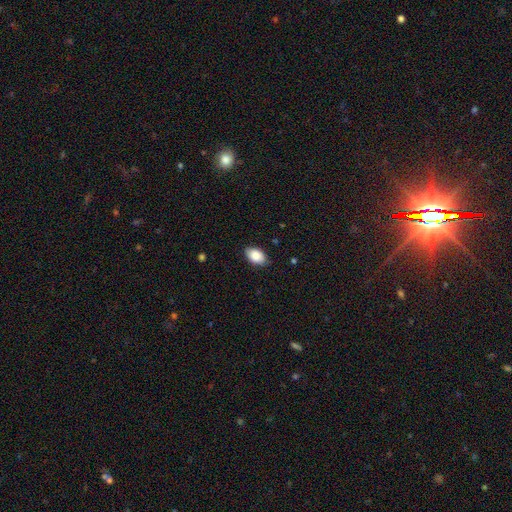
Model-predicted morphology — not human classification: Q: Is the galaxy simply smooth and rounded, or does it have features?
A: smooth — 87%.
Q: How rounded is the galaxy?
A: in between — 91%.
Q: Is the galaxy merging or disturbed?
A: none — 85%.